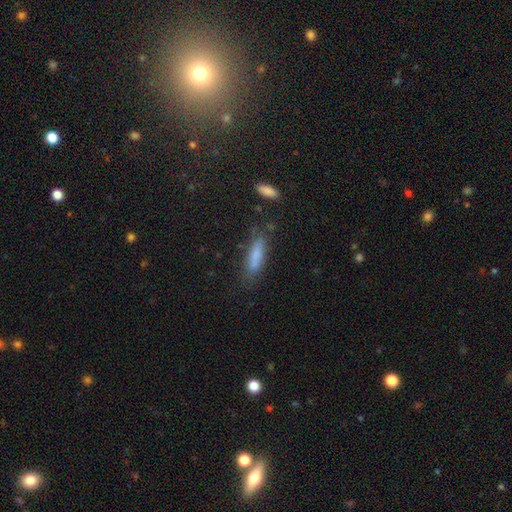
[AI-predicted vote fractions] This appears to be a smooth galaxy with no disk features (77%) that is cigar-shaped (69%). Merging: none (72%).